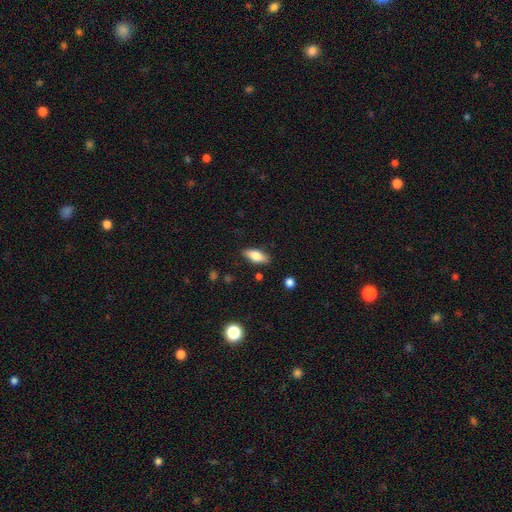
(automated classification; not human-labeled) This is likely a smooth galaxy (77%). How rounded: likely in between (77%). Merging: clearly none (84%).